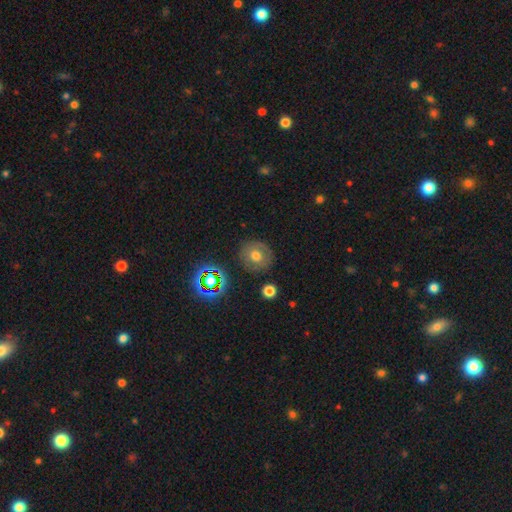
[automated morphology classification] Q: Smooth or featured?
A: smooth (60%); runner-up: featured or disk (23%)
Q: How rounded?
A: round (88%); runner-up: in between (11%)
Q: Merging?
A: none (83%); runner-up: minor disturbance (11%)